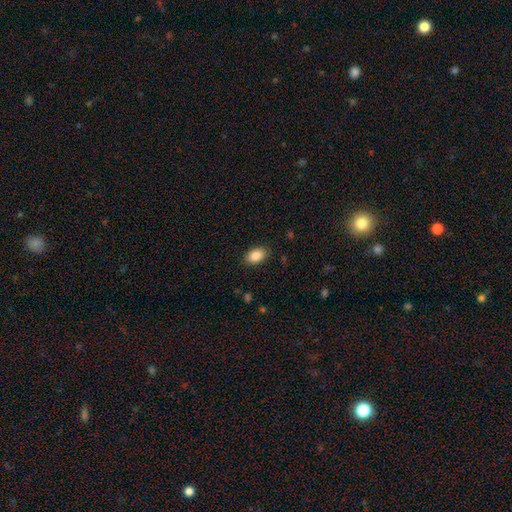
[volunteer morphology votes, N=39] A smooth galaxy with no disk features (90%) that is in between round and cigar-shaped (80%). Merging: none (84%).